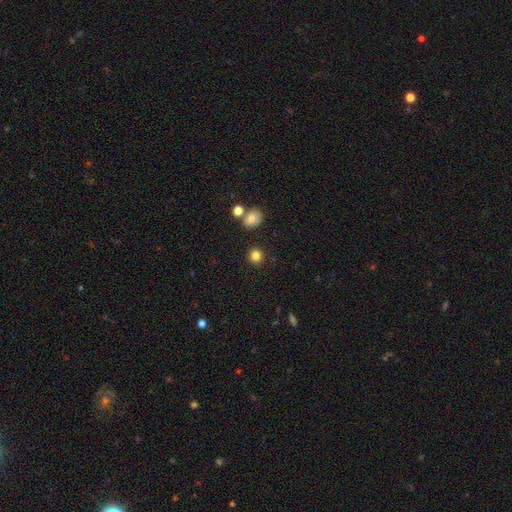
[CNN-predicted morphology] smooth 83%, star or artifact 12%, featured or disk 6%. Down the decision tree: how rounded — round (89%); merging — none (87%).